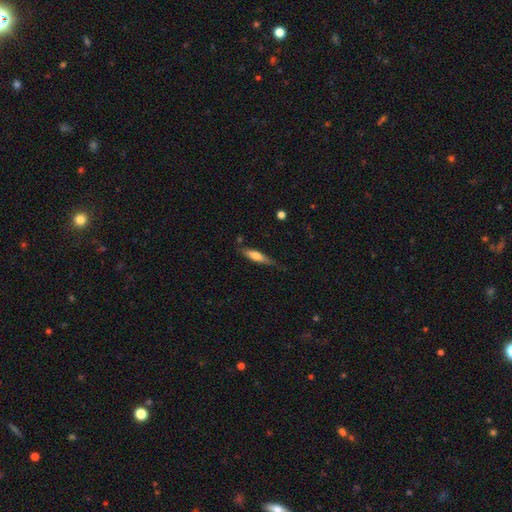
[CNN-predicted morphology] smooth_or_featured: smooth (p=0.64) [alt: featured or disk p=0.30]
how_rounded: cigar-shaped (p=0.71) [alt: in between p=0.27]
merging: none (p=0.67) [alt: minor disturbance p=0.25]